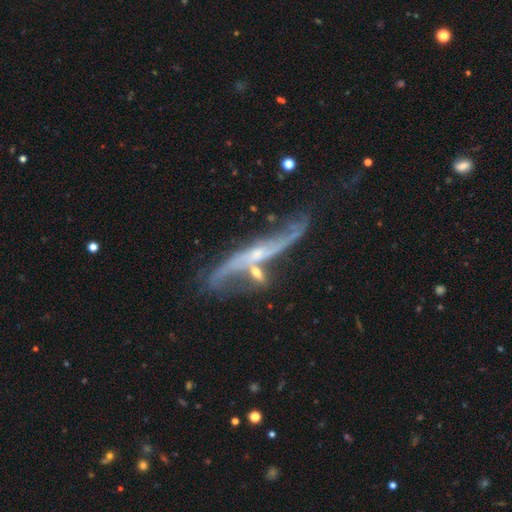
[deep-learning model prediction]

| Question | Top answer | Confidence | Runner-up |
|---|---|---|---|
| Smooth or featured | featured or disk | 82% | smooth (11%) |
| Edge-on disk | no | 58% | yes (42%) |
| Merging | none | 41% | merger (27%) |